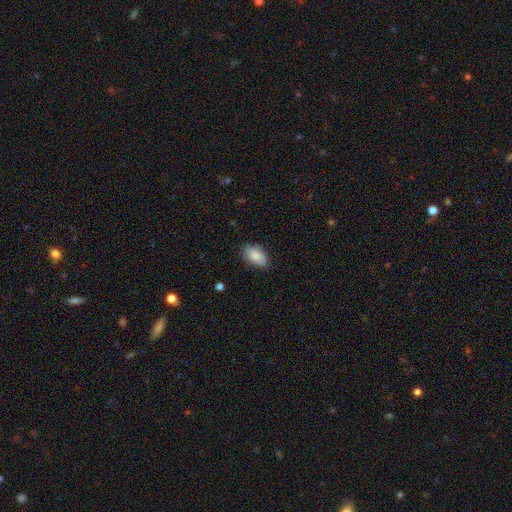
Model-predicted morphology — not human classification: A smooth galaxy with no disk features (86%) that is in between round and cigar-shaped (92%).

Vote fractions:
- Smooth or featured? smooth: 86% / featured or disk: 8% / star or artifact: 6%
- How rounded? in between: 92% / round: 6% / cigar-shaped: 2%
- Merging? none: 75% / minor disturbance: 21% / major disturbance: 3% / merger: 1%